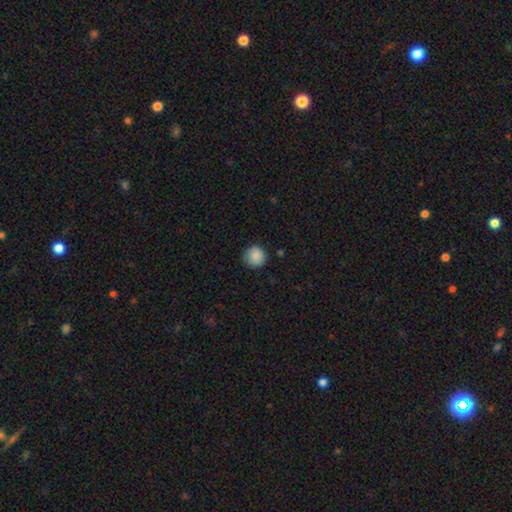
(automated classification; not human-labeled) Overall: smooth (88%). How rounded: round (94%). Merging: none (87%).